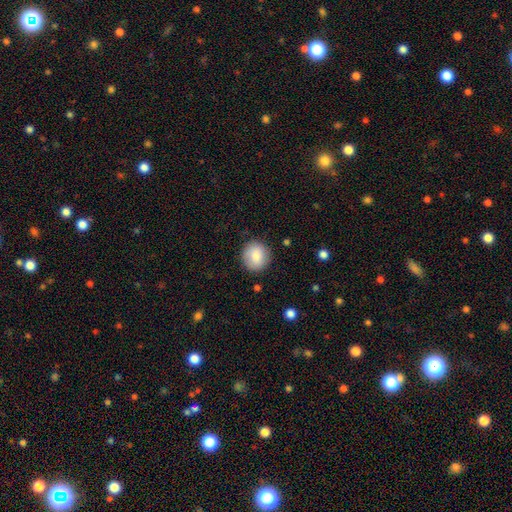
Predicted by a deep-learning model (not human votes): Smooth or featured? smooth (84%)
How rounded? round (90%)
Merging? none (87%)